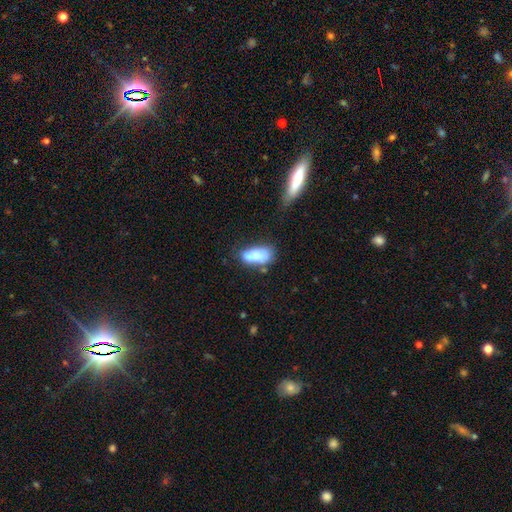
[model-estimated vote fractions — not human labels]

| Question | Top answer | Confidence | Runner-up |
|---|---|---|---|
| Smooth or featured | smooth | 71% | featured or disk (21%) |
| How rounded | in between | 85% | cigar-shaped (12%) |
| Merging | none | 45% | minor disturbance (27%) |